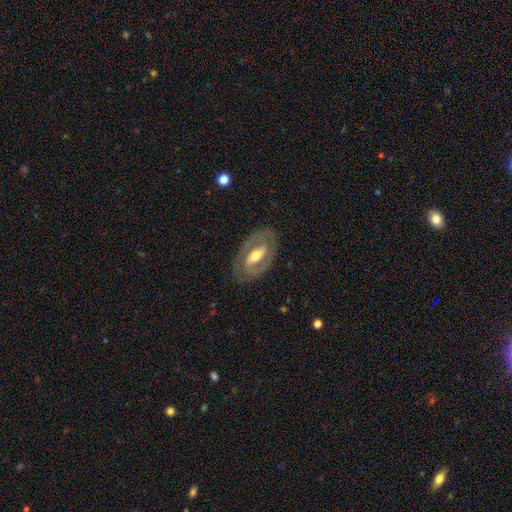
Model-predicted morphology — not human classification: This is likely a featured or disk galaxy (75%). It is clearly not viewed edge-on (91%). Bar: marginally strong (42%). Spiral arm pattern: possibly yes (60%). Central bulge: likely moderate (67%). Merging: likely none (79%).